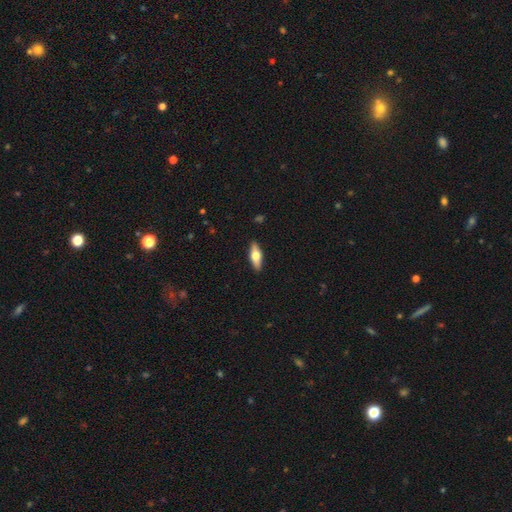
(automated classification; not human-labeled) A smooth galaxy with no disk features (50%). Merging: none (89%).